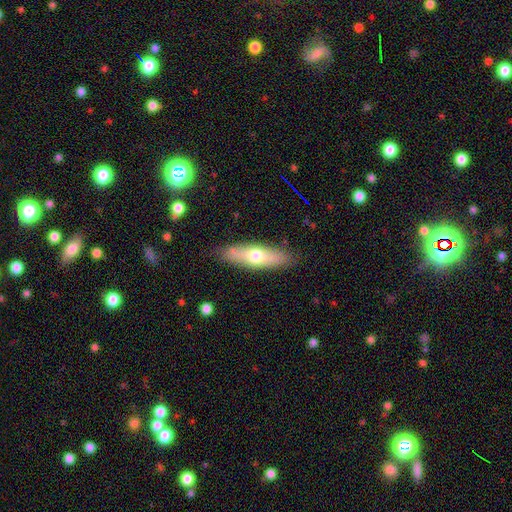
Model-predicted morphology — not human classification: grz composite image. It shows a smooth galaxy with no disk features (60%) that is cigar-shaped (52%). Merging: none (83%).